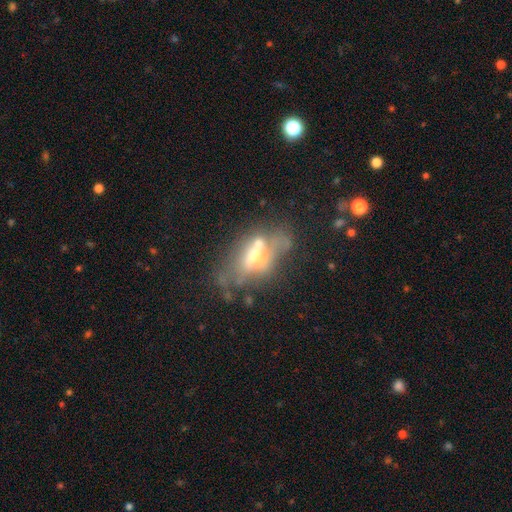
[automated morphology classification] The model was most divided on "merging": none: 35%, merger: 31%, minor disturbance: 18%, major disturbance: 16%. More confident: edge-on disk — no (76%); smooth or featured — featured or disk (51%).